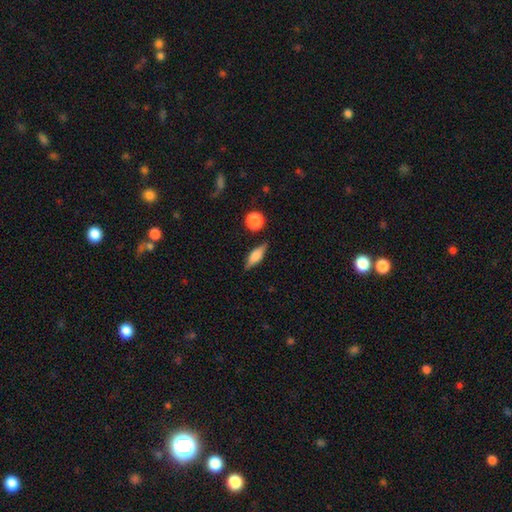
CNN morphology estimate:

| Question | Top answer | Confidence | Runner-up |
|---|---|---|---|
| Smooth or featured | smooth | 58% | featured or disk (34%) |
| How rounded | in between | 58% | cigar-shaped (36%) |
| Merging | none | 81% | minor disturbance (13%) |